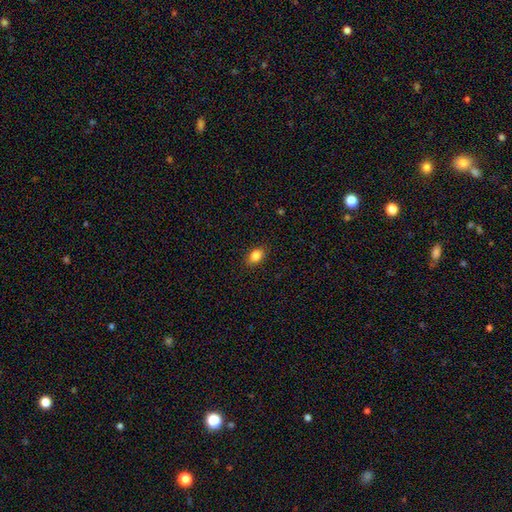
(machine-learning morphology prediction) Smooth or featured?
  - smooth: 85% *
  - star or artifact: 9%
  - featured or disk: 6%
How rounded?
  - in between: 77% *
  - round: 22%
  - cigar-shaped: 2%
Merging?
  - none: 88% *
  - minor disturbance: 9%
  - major disturbance: 2%
  - merger: 1%